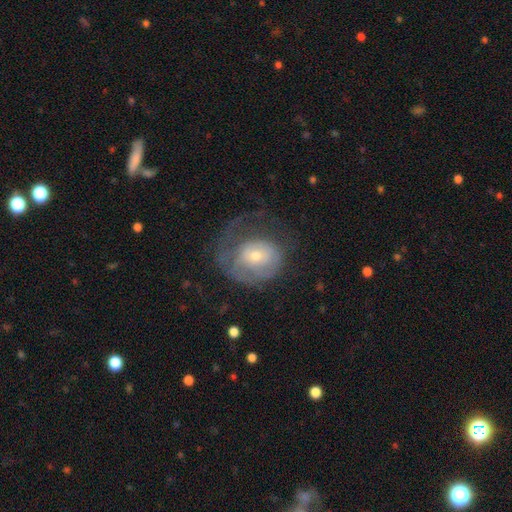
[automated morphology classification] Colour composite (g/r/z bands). It shows a featured or disk galaxy (56%) with no bar (73%), spiral arms (59%) and a small central bulge (56%). Merging: major disturbance (42%).